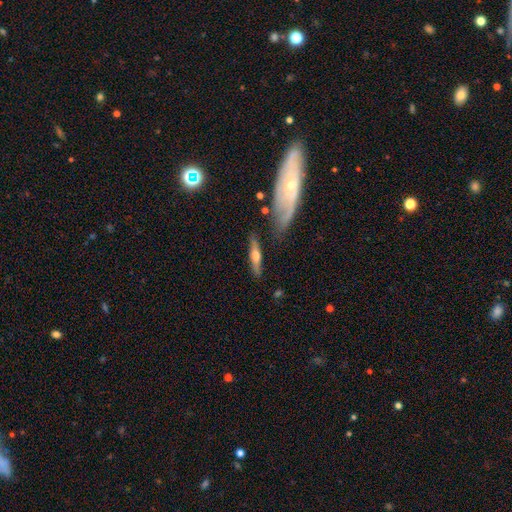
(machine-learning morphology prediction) smooth_or_featured: featured or disk (p=0.55) [alt: smooth p=0.39]
disk_edge_on: yes (p=0.88) [alt: no p=0.12]
merging: none (p=0.77) [alt: minor disturbance p=0.14]